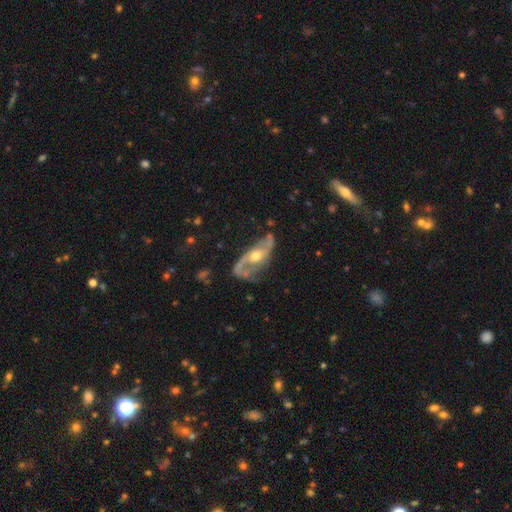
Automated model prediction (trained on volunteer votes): smooth-or-featured: featured or disk: 84% | smooth: 9% | star or artifact: 7%
  disk-edge-on: no: 91% | yes: 9%
    bar: no: 61% | weak: 28% | strong: 11%
    has-spiral-arms: yes: 91% | no: 9%
      spiral-winding: loose: 50% | medium: 37% | tight: 13%
      spiral-arm-count: 2: 84% | can't tell: 7% | 1: 5% | 3: 2% | 4: 1% | more than 4: 1%
    bulge-size: moderate: 67% | small: 25% | large: 6% | none: 1% | dominant: 1%
  merging: none: 60% | minor disturbance: 22% | major disturbance: 15% | merger: 3%